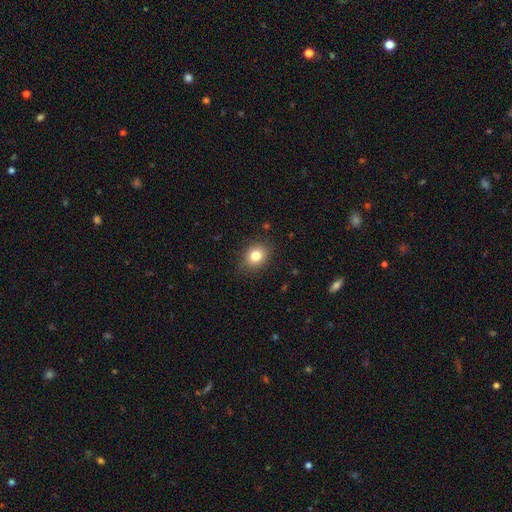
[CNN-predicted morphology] This is clearly a smooth galaxy (81%). How rounded: possibly round (54%). Merging: clearly none (84%).